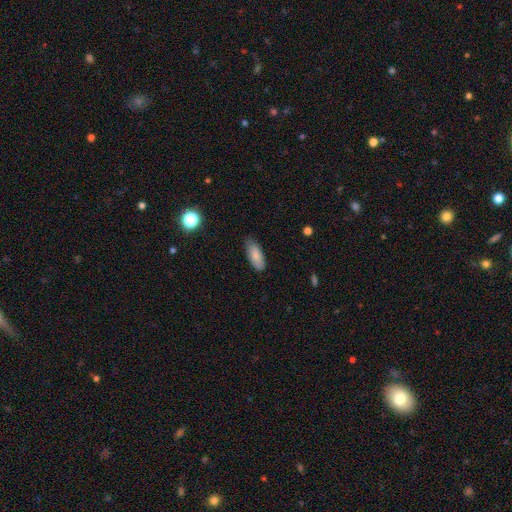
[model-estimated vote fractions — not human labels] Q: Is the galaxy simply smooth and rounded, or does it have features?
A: smooth — 85%.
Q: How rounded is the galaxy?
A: in between — 82%.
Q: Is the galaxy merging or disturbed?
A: none — 79%.